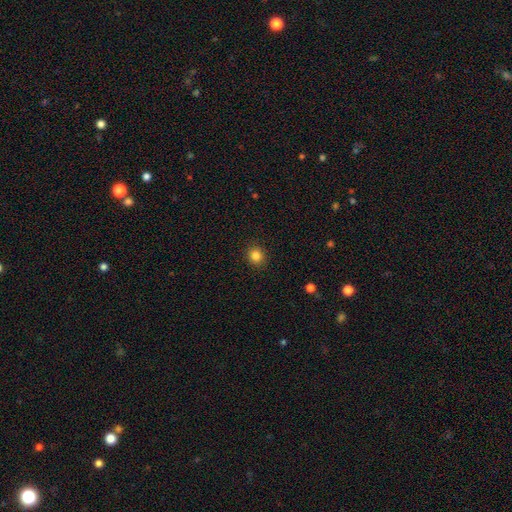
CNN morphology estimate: smooth_or_featured: smooth (p=0.84) [alt: star or artifact p=0.12]
how_rounded: round (p=0.84) [alt: in between p=0.15]
merging: none (p=0.91) [alt: minor disturbance p=0.06]